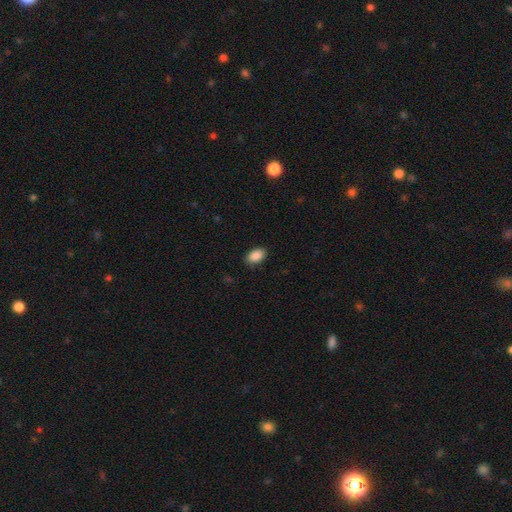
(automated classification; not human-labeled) A smooth galaxy with no disk features (89%) that is in between round and cigar-shaped (90%).

Vote fractions:
- Smooth or featured? smooth: 89% / star or artifact: 7% / featured or disk: 3%
- How rounded? in between: 90% / round: 9% / cigar-shaped: 1%
- Merging? none: 88% / minor disturbance: 9% / major disturbance: 2% / merger: 1%